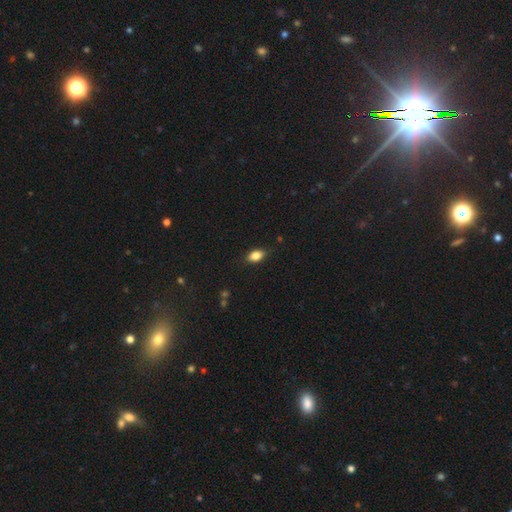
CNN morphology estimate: Smooth or featured?
  - smooth: 83% *
  - star or artifact: 9%
  - featured or disk: 8%
How rounded?
  - in between: 83% *
  - round: 13%
  - cigar-shaped: 4%
Merging?
  - none: 82% *
  - minor disturbance: 14%
  - major disturbance: 3%
  - merger: 1%